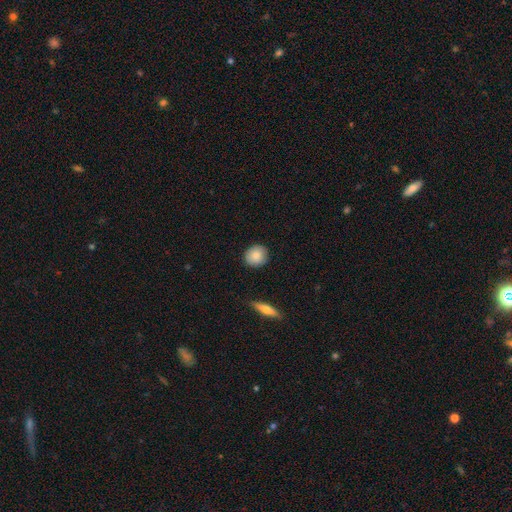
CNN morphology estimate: Smooth or featured: smooth — 83% (featured or disk — 10%)
How rounded: round — 83% (in between — 16%)
Merging: none — 88% (minor disturbance — 9%)